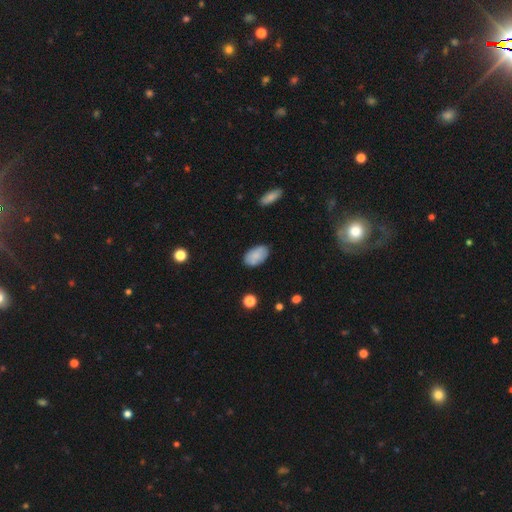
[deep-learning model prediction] Morphology: type=smooth (84%); roundness=in between (93%); merging=none (84%).